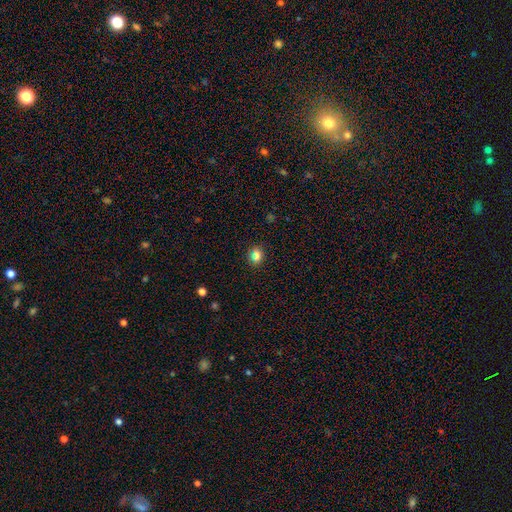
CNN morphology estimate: Overall: smooth (82%). How rounded: round (57%; in between 42%). Merging: none (90%).